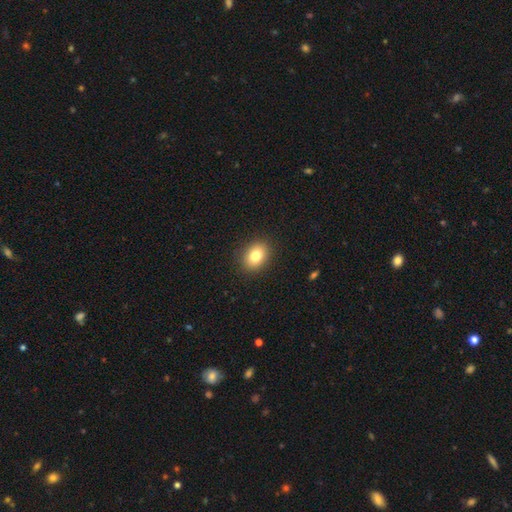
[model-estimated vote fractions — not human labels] A smooth galaxy with no disk features (81%) that is in between round and cigar-shaped (62%). Merging: none (90%).